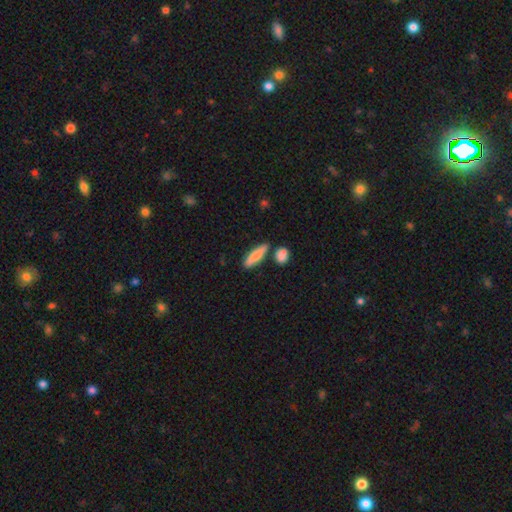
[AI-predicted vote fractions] smooth_or_featured: smooth (p=0.81) [alt: featured or disk p=0.13]
how_rounded: cigar-shaped (p=0.70) [alt: in between p=0.27]
merging: none (p=0.75) [alt: minor disturbance p=0.12]